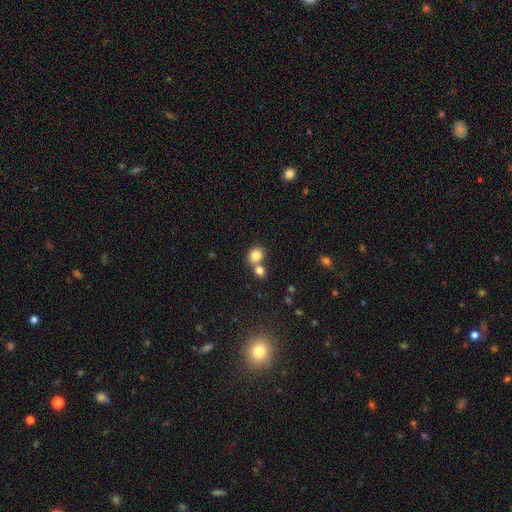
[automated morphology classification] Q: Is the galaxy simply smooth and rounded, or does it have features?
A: smooth — 82%.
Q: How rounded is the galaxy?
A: round — 75%.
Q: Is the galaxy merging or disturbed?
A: none — 46%.